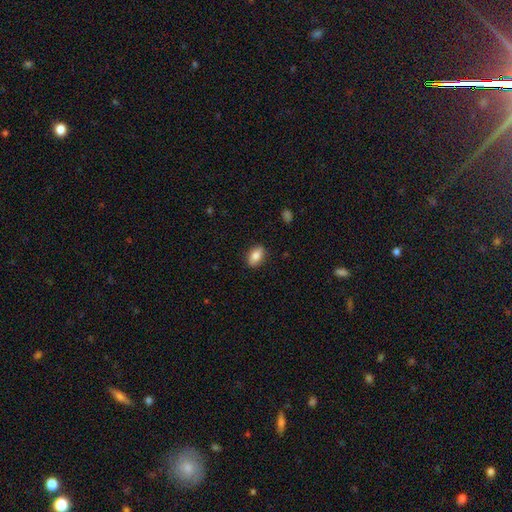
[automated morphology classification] A smooth galaxy with no disk features (84%) that is in between round and cigar-shaped (88%).

Vote fractions:
- Smooth or featured? smooth: 84% / featured or disk: 9% / star or artifact: 7%
- How rounded? in between: 88% / round: 9% / cigar-shaped: 3%
- Merging? none: 88% / minor disturbance: 9% / major disturbance: 2% / merger: 1%